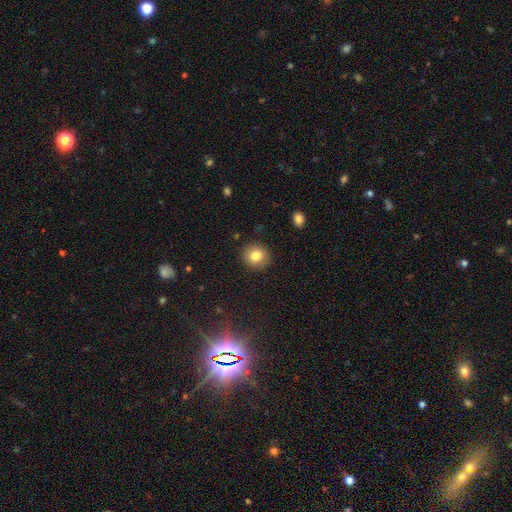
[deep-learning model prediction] Morphology: type=smooth (82%); roundness=round (86%); merging=none (90%).